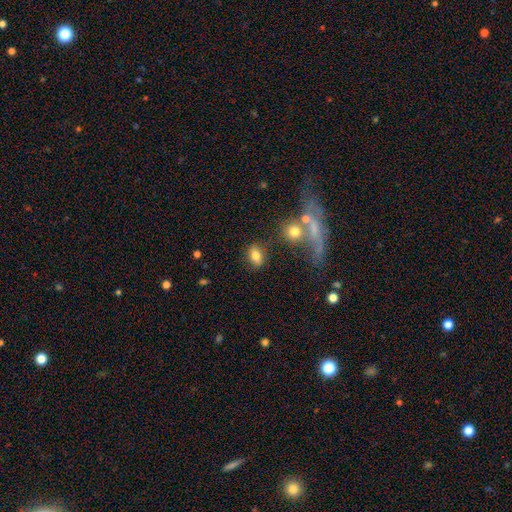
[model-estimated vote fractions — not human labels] Morphology: type=smooth (77%); roundness=in between (75%); merging=none (75%).